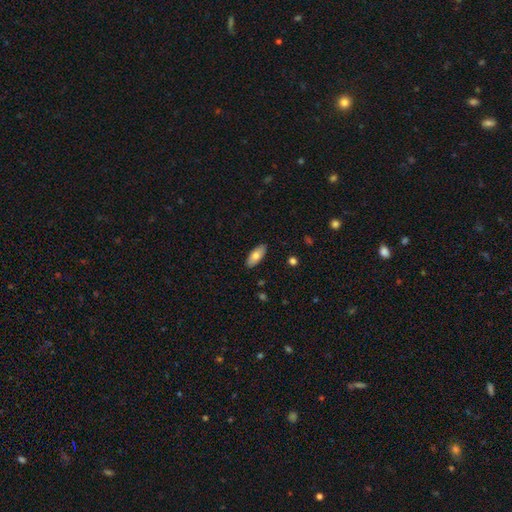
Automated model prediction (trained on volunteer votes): Smooth or featured? smooth (75%)
How rounded? in between (83%)
Merging? none (89%)